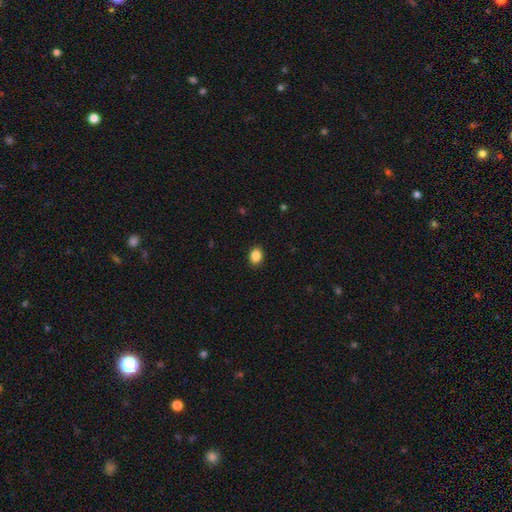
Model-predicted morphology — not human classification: A smooth galaxy with no disk features (87%) that is in between round and cigar-shaped (56%).

Vote fractions:
- Smooth or featured? smooth: 87% / star or artifact: 9% / featured or disk: 4%
- How rounded? in between: 56% / round: 43% / cigar-shaped: 1%
- Merging? none: 90% / minor disturbance: 7% / major disturbance: 2% / merger: 1%